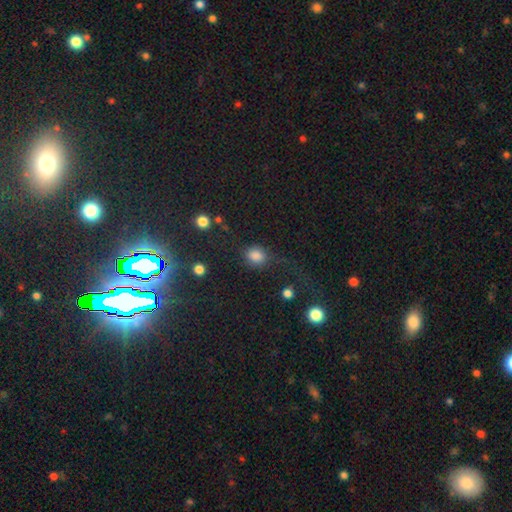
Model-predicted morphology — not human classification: smooth 81%, star or artifact 13%, featured or disk 7%. Down the decision tree: how rounded — round (69%); merging — none (63%).